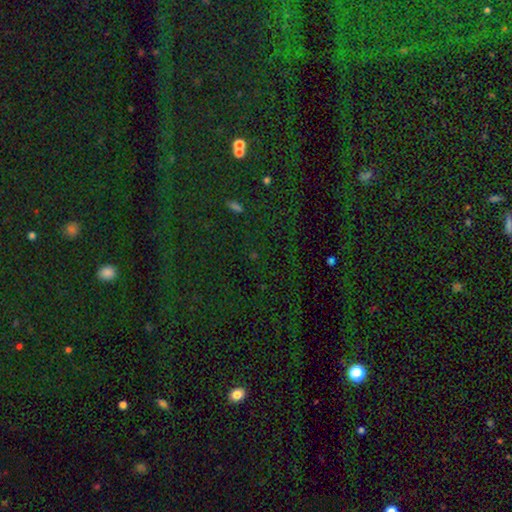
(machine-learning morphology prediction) This is likely a star or artifact rather than a galaxy (79%).